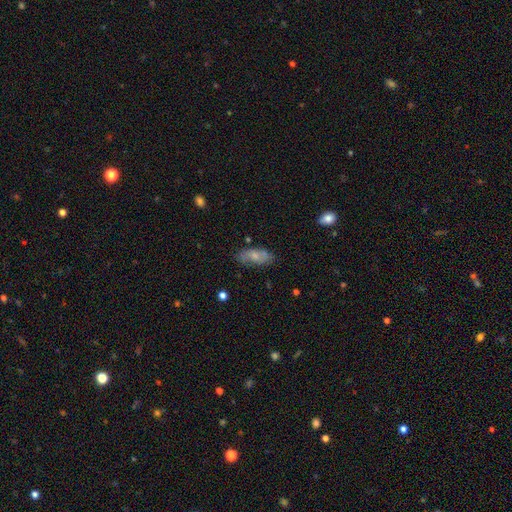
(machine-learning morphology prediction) Smooth or featured? smooth (61%)
How rounded? in between (83%)
Merging? none (74%)